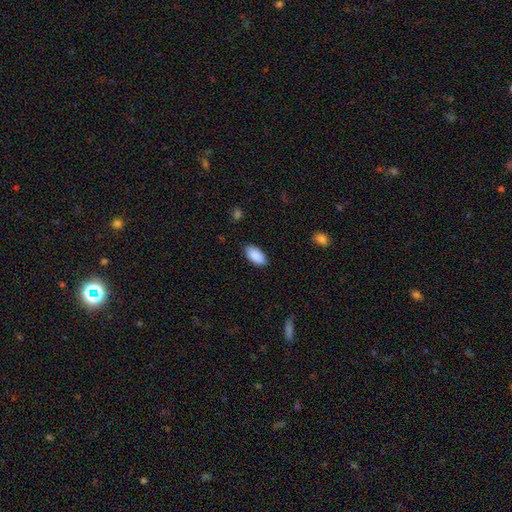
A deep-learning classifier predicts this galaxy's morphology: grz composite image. It shows a smooth galaxy with no disk features (90%) that is in between round and cigar-shaped (94%). Merging: none (87%).